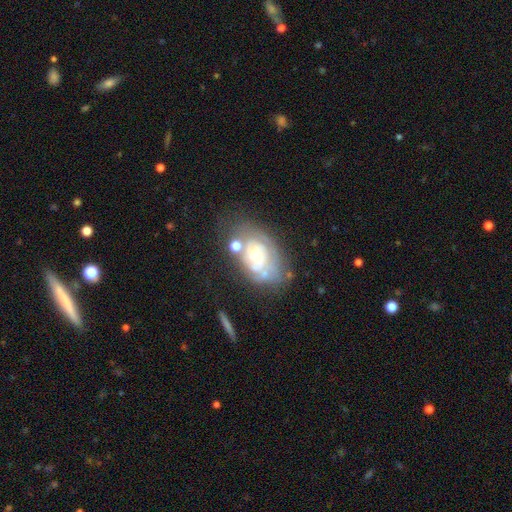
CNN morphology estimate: The model was most divided on "bulge size": moderate: 54%, small: 35%, large: 7%, none: 2%, dominant: 1%. Remaining: edge-on disk — no (95%); bar — no (80%); smooth or featured — featured or disk (71%); spiral arms — yes (67%); merging — none (47%).